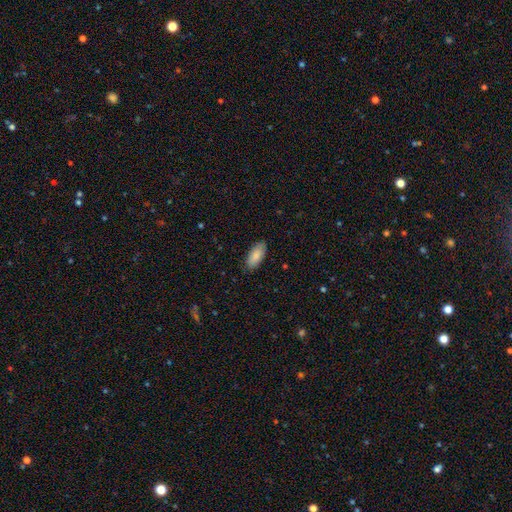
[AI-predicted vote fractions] Overall: smooth (87%). How rounded: in between (88%). Merging: none (85%).